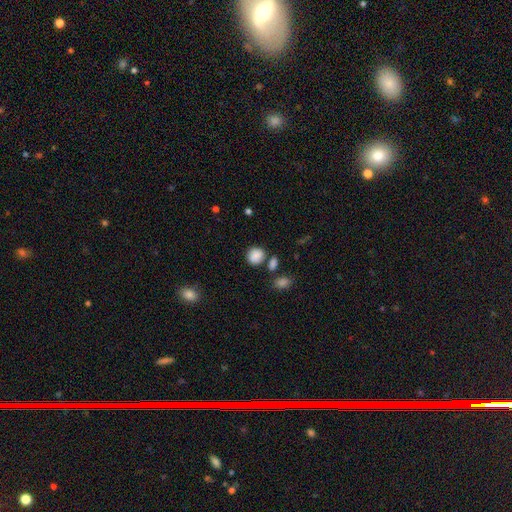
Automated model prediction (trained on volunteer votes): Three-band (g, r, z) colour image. It shows a smooth galaxy with no disk features (86%) that is round (76%). Merging: none (72%).